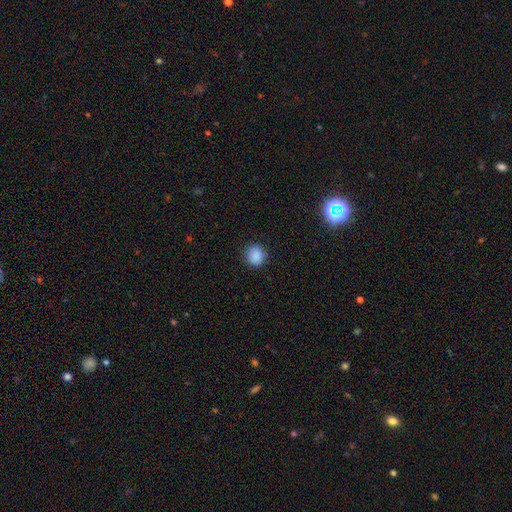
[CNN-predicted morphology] The model was most divided on "how rounded": round: 86%, in between: 13%, cigar-shaped: 1%. More confident: merging — none (89%); smooth or featured — smooth (88%).